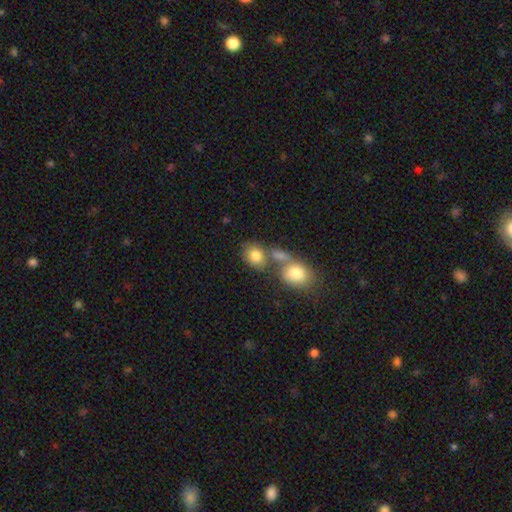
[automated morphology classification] Q: Smooth or featured?
A: smooth (80%); runner-up: featured or disk (11%)
Q: How rounded?
A: in between (50%); runner-up: round (49%)
Q: Merging?
A: none (47%); runner-up: merger (36%)